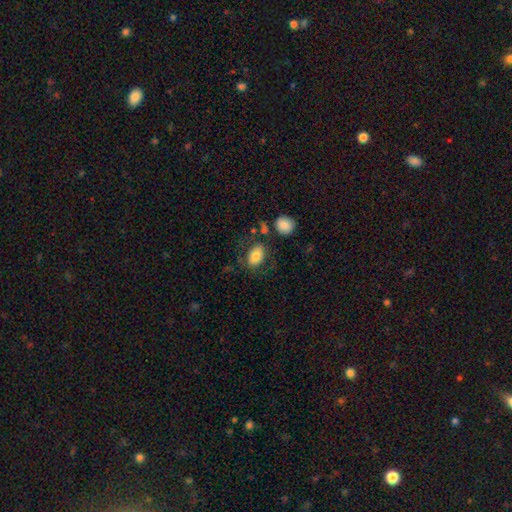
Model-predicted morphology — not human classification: type=smooth (76%); roundness=in between (85%); merging=none (65%).